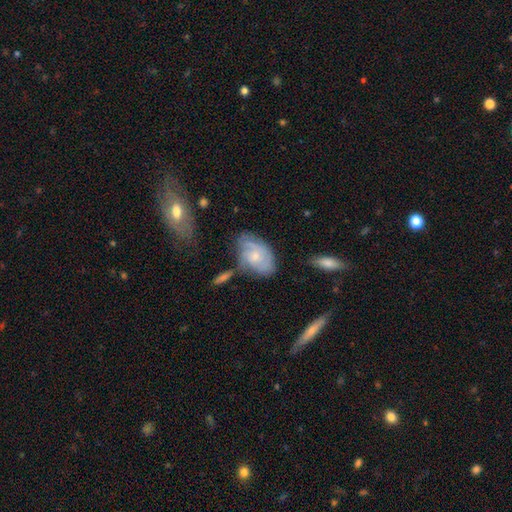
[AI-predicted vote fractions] Smooth or featured? Predicted: featured or disk (p=0.55). Edge-on disk? Predicted: no (p=0.95). Bar? Predicted: no (p=0.75). Spiral arms? Predicted: yes (p=0.77). Bulge size? Predicted: small (p=0.61). Merging? Predicted: none (p=0.51).